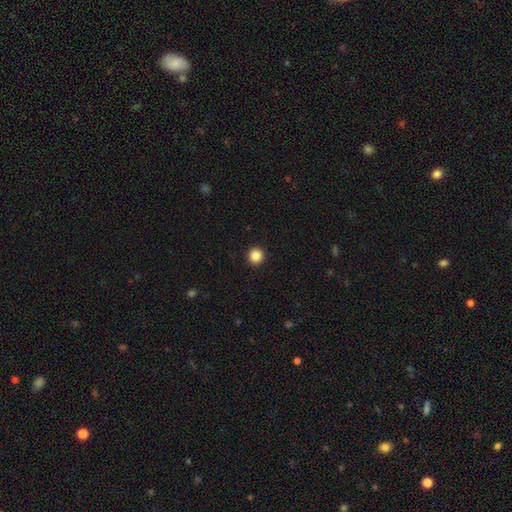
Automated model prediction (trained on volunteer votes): Overall: smooth (87%). How rounded: round (95%). Merging: none (94%).